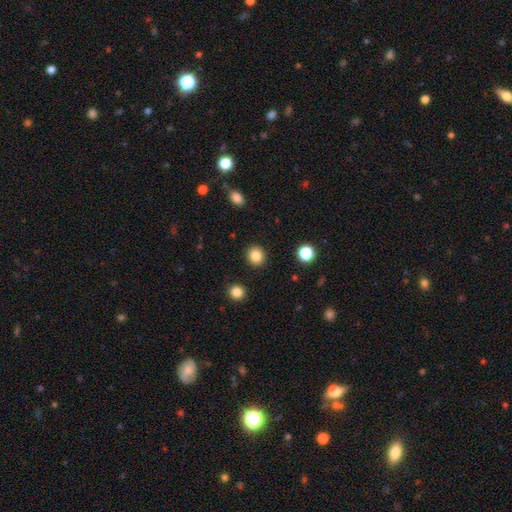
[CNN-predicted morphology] Smooth or featured? Predicted: smooth (p=0.85). How rounded? Predicted: round (p=0.87). Merging? Predicted: none (p=0.91).